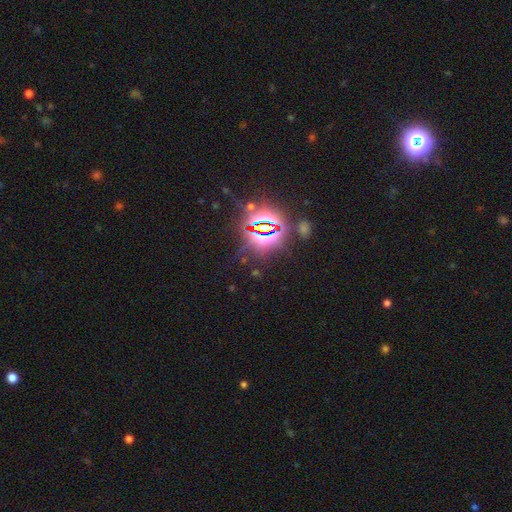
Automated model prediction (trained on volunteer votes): A star or artifact, not a galaxy (84%).

Vote fractions:
- Smooth or featured? star or artifact: 84% / smooth: 9% / featured or disk: 7%